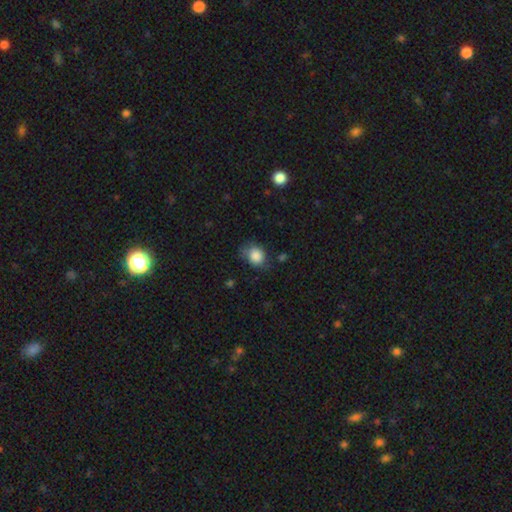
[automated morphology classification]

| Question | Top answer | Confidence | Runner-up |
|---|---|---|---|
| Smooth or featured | smooth | 85% | star or artifact (9%) |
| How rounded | round | 65% | in between (34%) |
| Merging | none | 64% | minor disturbance (26%) |